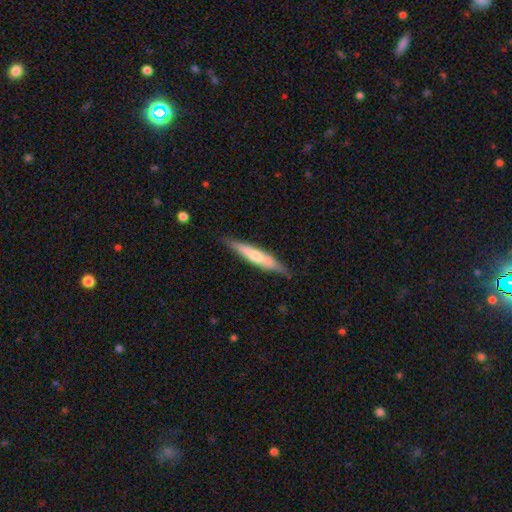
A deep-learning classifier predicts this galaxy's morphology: This appears to be a smooth galaxy with no disk features (50%). Merging: none (82%).